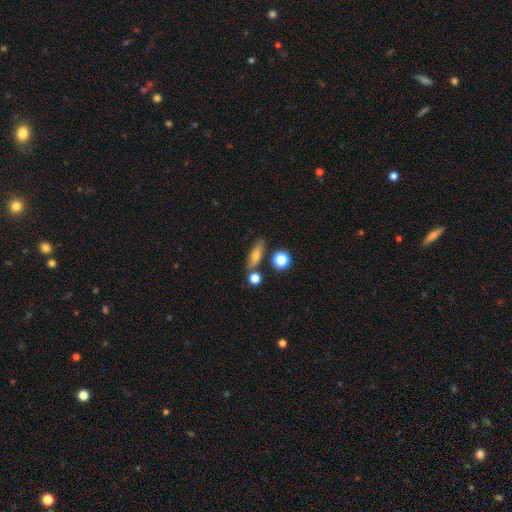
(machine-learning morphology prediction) type=smooth (67%); roundness=in between (53%); merging=none (73%).